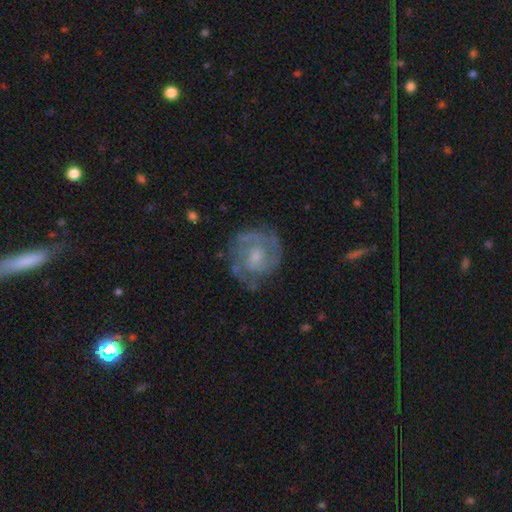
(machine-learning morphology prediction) featured or disk 78%, smooth 15%, star or artifact 6%. Down the decision tree: edge-on disk — no (98%); bar — no (47%); spiral arms — yes (89%); spiral arm count — 2 (46%); spiral winding — tight (49%); bulge size — small (46%); merging — none (70%).